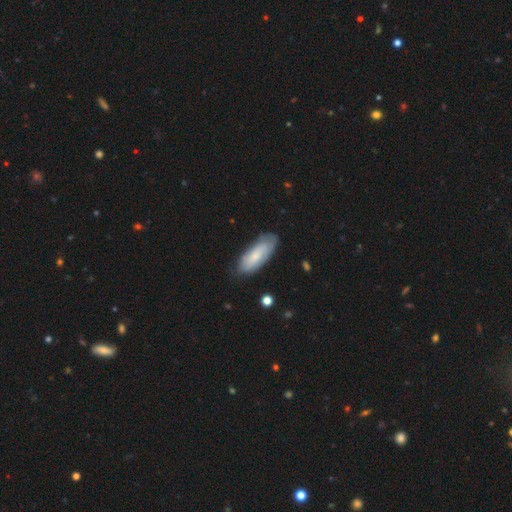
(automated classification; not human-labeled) A smooth galaxy with no disk features (69%) that is in between round and cigar-shaped (74%). Merging: none (73%).